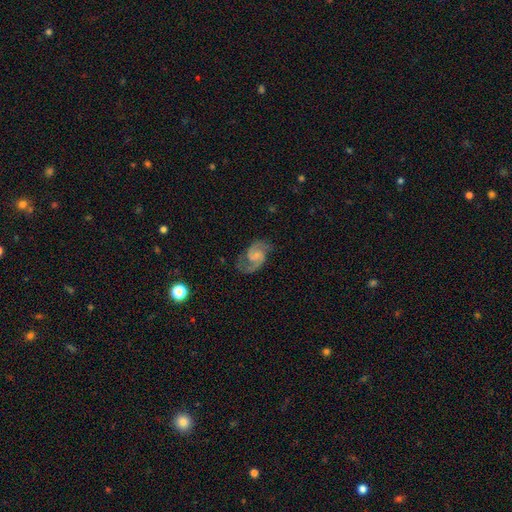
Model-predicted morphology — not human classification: This is clearly a featured or disk galaxy (86%). It is clearly not viewed edge-on (98%). Bar: possibly weak (48%). Spiral arm pattern: clearly yes (97%). Spiral arm count: clearly 2 (92%). Spiral winding: possibly medium (58%). Central bulge: possibly small (45%). Merging: likely none (74%).